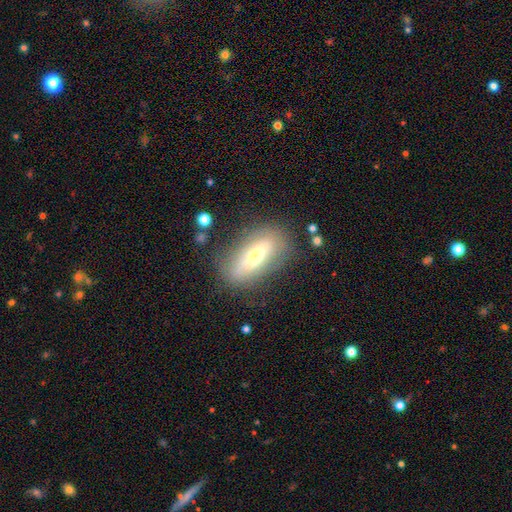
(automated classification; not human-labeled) This appears to be a featured or disk galaxy (46%). Merging: none (69%).